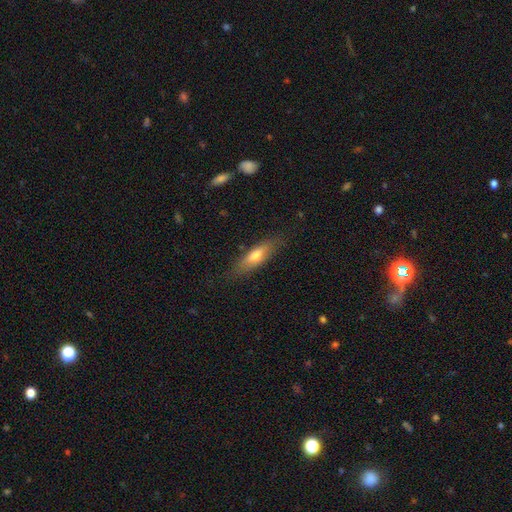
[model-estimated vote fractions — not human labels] Overall: smooth (65%; featured or disk 28%). How rounded: in between (50%; cigar-shaped 47%). Merging: none (79%).